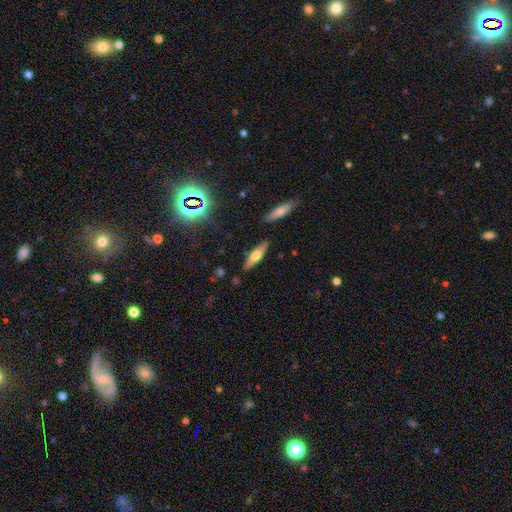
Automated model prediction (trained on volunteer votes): Smooth or featured?
  - smooth: 56% *
  - featured or disk: 35%
  - star or artifact: 8%
How rounded?
  - cigar-shaped: 60% *
  - in between: 38%
  - round: 2%
Merging?
  - none: 83% *
  - minor disturbance: 11%
  - merger: 4%
  - major disturbance: 2%